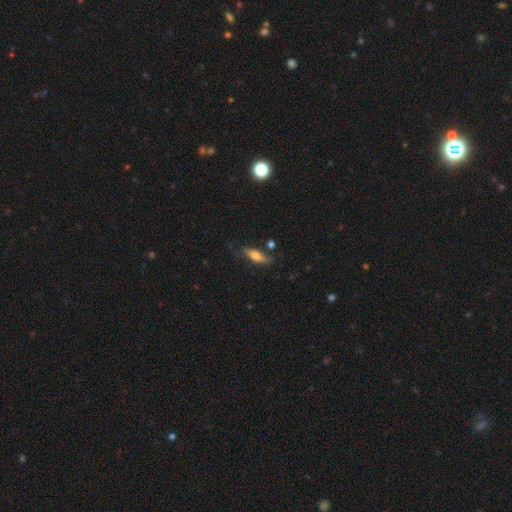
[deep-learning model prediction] smooth_or_featured: smooth (p=0.63) [alt: featured or disk p=0.30]
how_rounded: in between (p=0.50) [alt: cigar-shaped p=0.47]
merging: none (p=0.70) [alt: minor disturbance p=0.20]